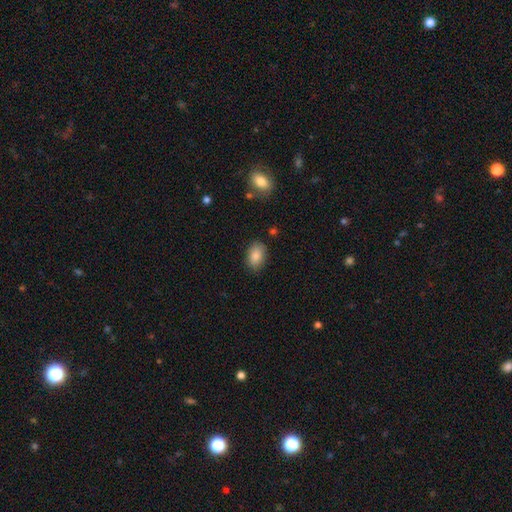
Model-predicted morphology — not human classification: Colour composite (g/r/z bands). It shows a smooth galaxy with no disk features (86%) that is in between round and cigar-shaped (88%). Merging: none (84%).